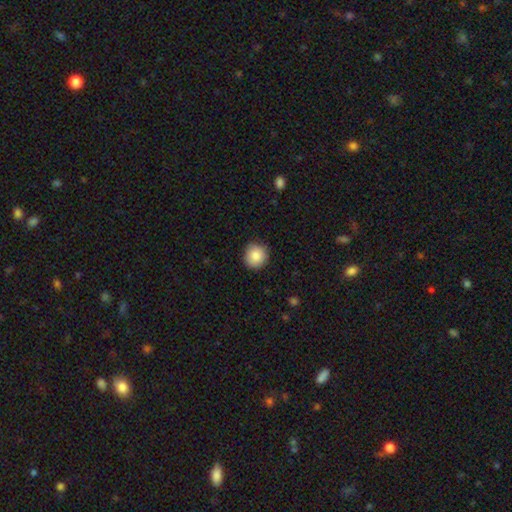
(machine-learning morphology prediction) type=smooth (85%); roundness=round (91%); merging=none (89%).